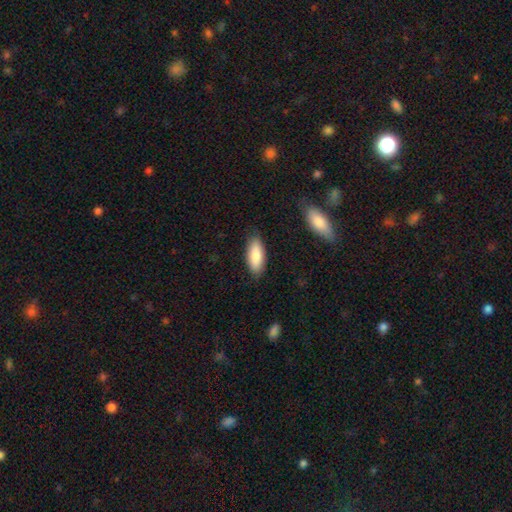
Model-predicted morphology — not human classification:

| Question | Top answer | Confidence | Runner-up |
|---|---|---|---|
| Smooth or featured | smooth | 85% | featured or disk (10%) |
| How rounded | in between | 78% | cigar-shaped (20%) |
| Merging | none | 84% | minor disturbance (12%) |